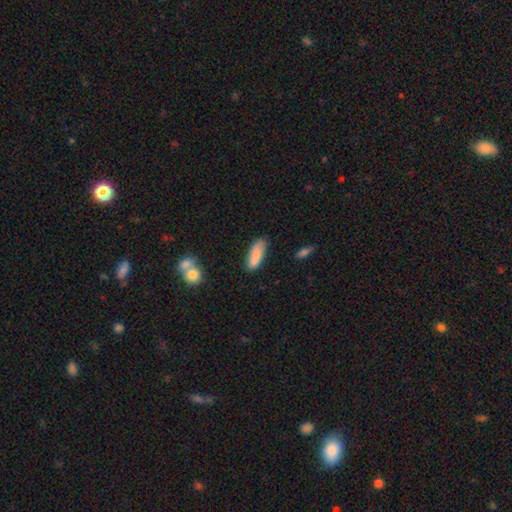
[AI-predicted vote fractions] The model was most divided on "how rounded": in between: 61%, cigar-shaped: 37%, round: 2%. More confident: smooth or featured — smooth (82%); merging — none (69%).